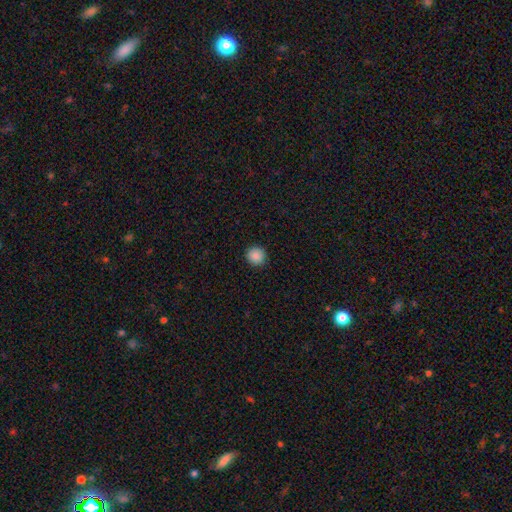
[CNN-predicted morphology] Smooth or featured? Predicted: smooth (p=0.88). How rounded? Predicted: round (p=0.95). Merging? Predicted: none (p=0.93).